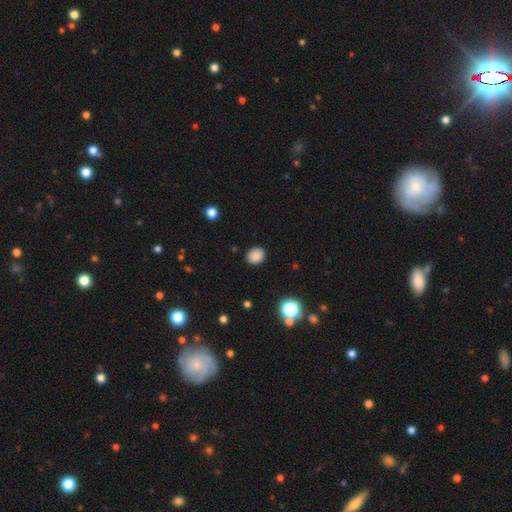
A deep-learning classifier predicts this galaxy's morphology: The model was most divided on "how rounded": round: 69%, in between: 30%, cigar-shaped: 1%. More confident: merging — none (89%); smooth or featured — smooth (85%).